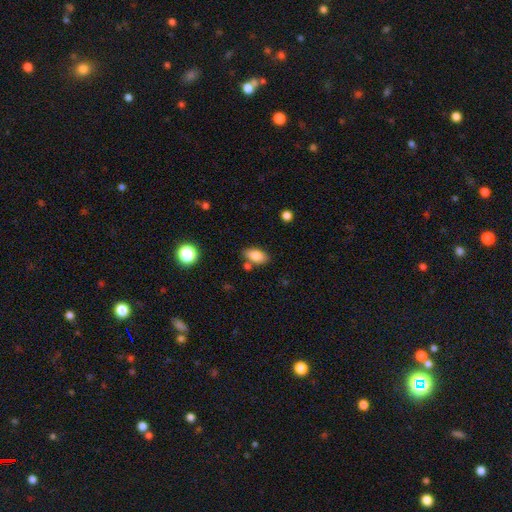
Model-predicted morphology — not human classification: A smooth galaxy with no disk features (83%) that is in between round and cigar-shaped (91%). Merging: none (76%).